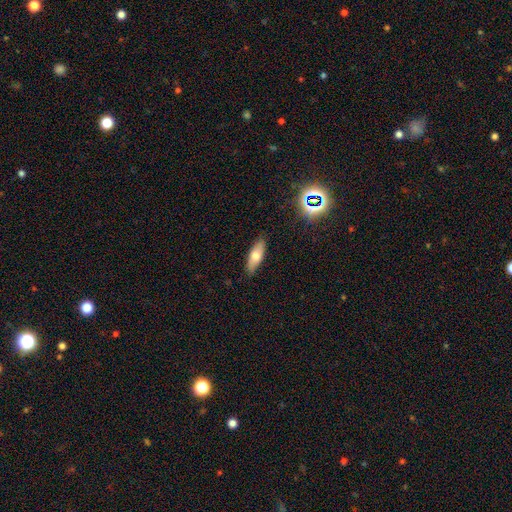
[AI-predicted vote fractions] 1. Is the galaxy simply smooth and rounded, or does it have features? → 68% smooth, 24% featured or disk, 8% star or artifact.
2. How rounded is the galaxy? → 58% in between, 39% cigar-shaped, 2% round.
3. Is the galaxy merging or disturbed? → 86% none, 11% minor disturbance, 2% major disturbance, 1% merger.